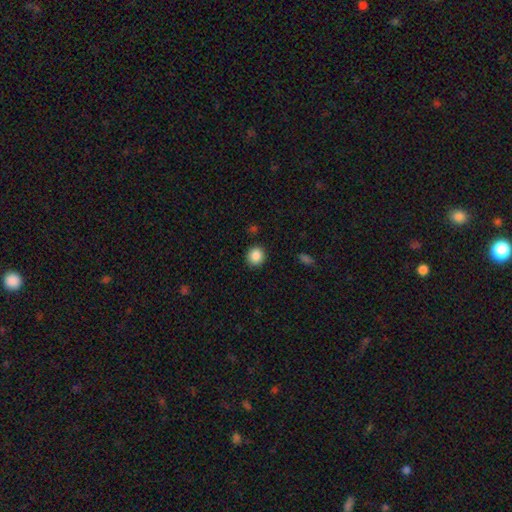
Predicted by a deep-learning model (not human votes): Smooth or featured? Predicted: smooth (p=0.87). How rounded? Predicted: round (p=0.90). Merging? Predicted: none (p=0.91).